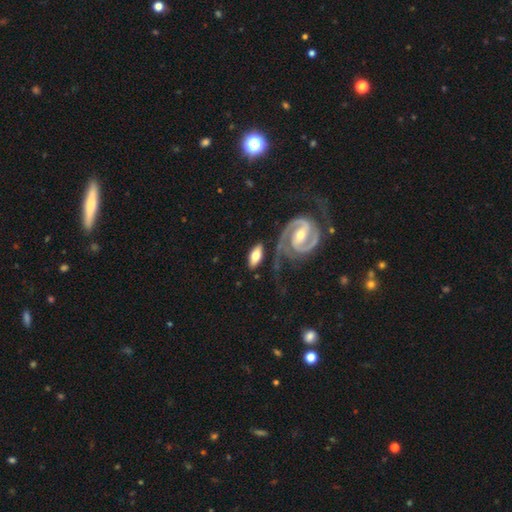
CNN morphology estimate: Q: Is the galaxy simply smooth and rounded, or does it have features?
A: featured or disk — 49%.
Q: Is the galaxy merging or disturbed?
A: none — 65%.